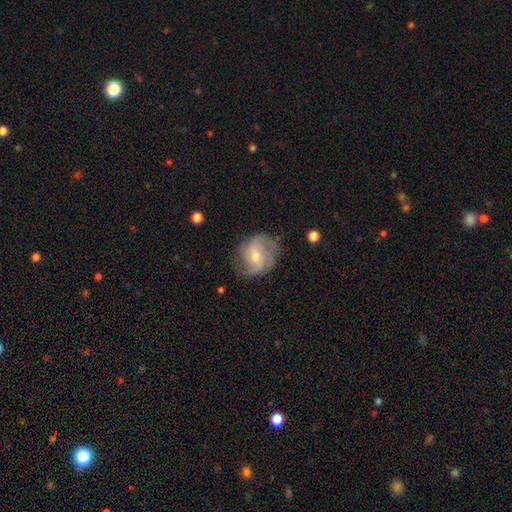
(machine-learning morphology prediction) smooth_or_featured: featured or disk (p=0.71) [alt: smooth p=0.21]
disk_edge_on: no (p=0.97) [alt: yes p=0.03]
bar: no (p=0.49) [alt: weak p=0.40]
has_spiral_arms: yes (p=0.90) [alt: no p=0.10]
spiral_winding: medium (p=0.44) [alt: tight p=0.30]
spiral_arm_count: 2 (p=0.40) [alt: 3 p=0.23]
bulge_size: moderate (p=0.54) [alt: small p=0.42]
merging: none (p=0.70) [alt: minor disturbance p=0.20]